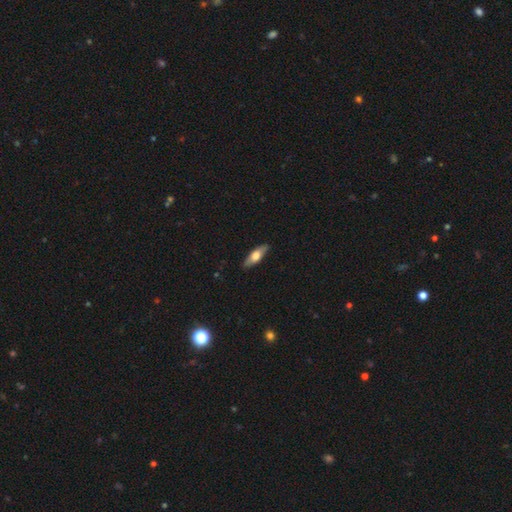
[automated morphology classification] type=smooth (56%); roundness=in between (51%); merging=none (87%).